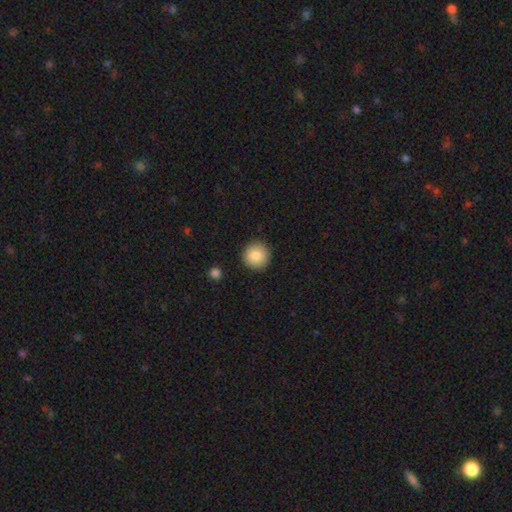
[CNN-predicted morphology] Overall: smooth (86%). How rounded: round (95%). Merging: none (91%).